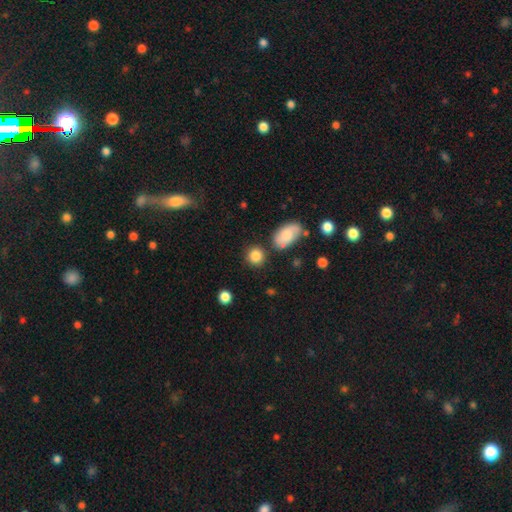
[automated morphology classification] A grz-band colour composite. It shows a smooth galaxy with no disk features (85%) that is round (83%). Merging: none (78%).